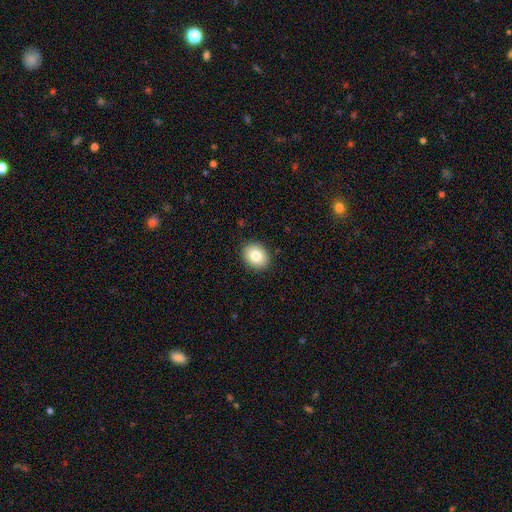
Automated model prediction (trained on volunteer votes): Morphology: type=smooth (82%); roundness=in between (55%); merging=none (90%).